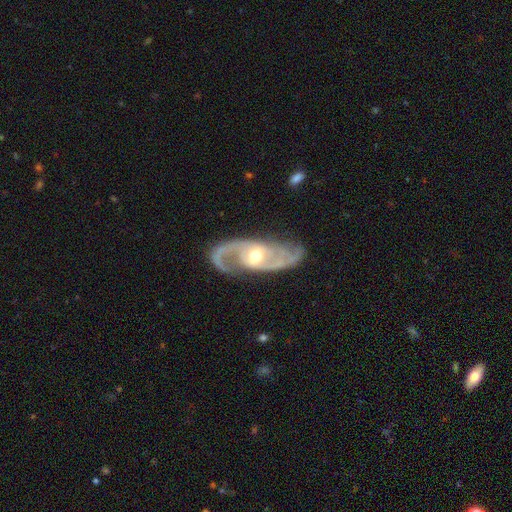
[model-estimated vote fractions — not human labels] Smooth or featured: featured or disk — 90% (smooth — 6%)
Edge-on disk: no — 94% (yes — 6%)
Bar: no — 46% (weak — 37%)
Spiral arms: yes — 96% (no — 4%)
Spiral winding: medium — 49% (loose — 29%)
Spiral arm count: 2 — 88% (can't tell — 4%)
Bulge size: moderate — 67% (small — 26%)
Merging: none — 75% (minor disturbance — 15%)